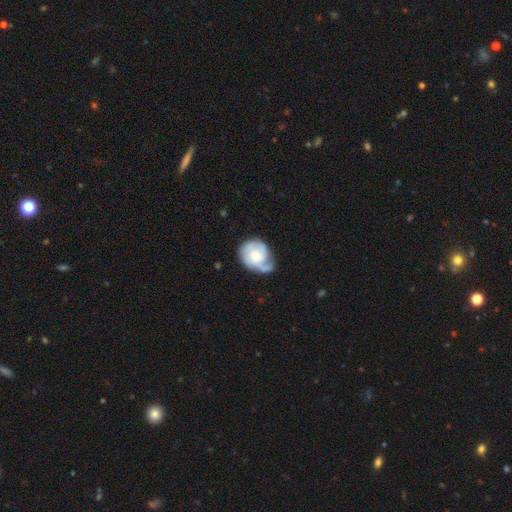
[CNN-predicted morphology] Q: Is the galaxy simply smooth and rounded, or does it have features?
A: featured or disk — 67%.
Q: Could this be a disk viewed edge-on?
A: no — 98%.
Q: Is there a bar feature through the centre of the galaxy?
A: no — 75%.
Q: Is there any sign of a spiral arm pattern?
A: yes — 87%.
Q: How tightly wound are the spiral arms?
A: tight — 48%.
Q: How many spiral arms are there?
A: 2 — 27%.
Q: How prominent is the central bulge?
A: moderate — 52%.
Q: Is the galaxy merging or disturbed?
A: none — 48%.